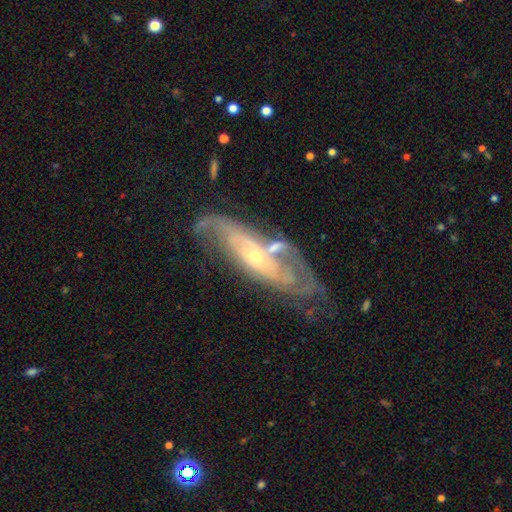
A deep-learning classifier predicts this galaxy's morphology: Q: Smooth or featured?
A: featured or disk (81%); runner-up: smooth (12%)
Q: Edge-on disk?
A: no (83%); runner-up: yes (17%)
Q: Bar?
A: no (67%); runner-up: weak (25%)
Q: Spiral arms?
A: yes (86%); runner-up: no (14%)
Q: Spiral winding?
A: tight (50%); runner-up: medium (33%)
Q: Spiral arm count?
A: can't tell (44%); runner-up: 2 (36%)
Q: Bulge size?
A: small (69%); runner-up: moderate (27%)
Q: Merging?
A: none (50%); runner-up: minor disturbance (22%)